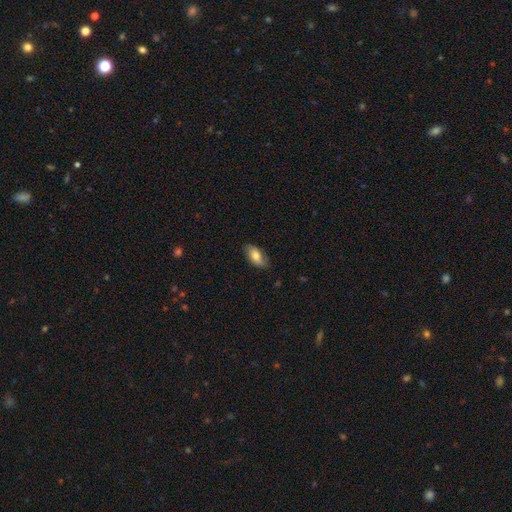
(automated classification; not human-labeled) Morphology: type=smooth (74%); roundness=in between (92%); merging=none (76%).